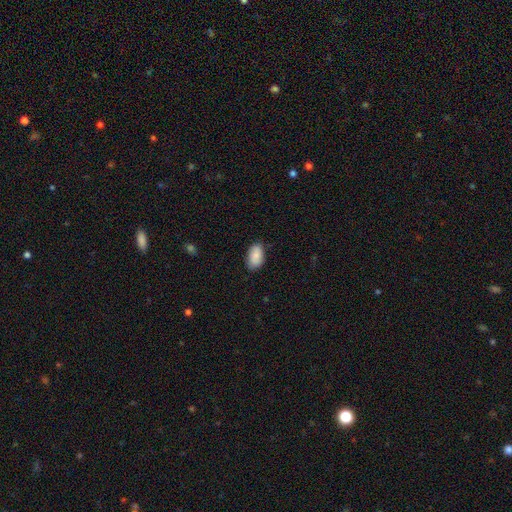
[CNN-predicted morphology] Smooth or featured? Predicted: smooth (p=0.87). How rounded? Predicted: in between (p=0.94). Merging? Predicted: none (p=0.80).